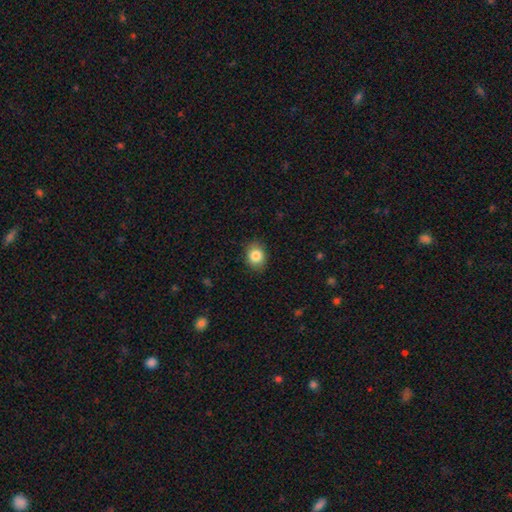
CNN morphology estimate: The model was most divided on "how rounded": in between: 50%, round: 49%, cigar-shaped: 1%. More confident: merging — none (86%); smooth or featured — smooth (85%).